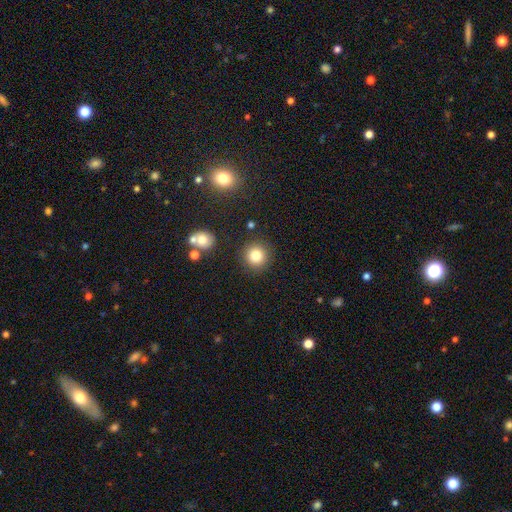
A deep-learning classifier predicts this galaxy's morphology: Overall: smooth (82%). How rounded: round (93%). Merging: none (87%).